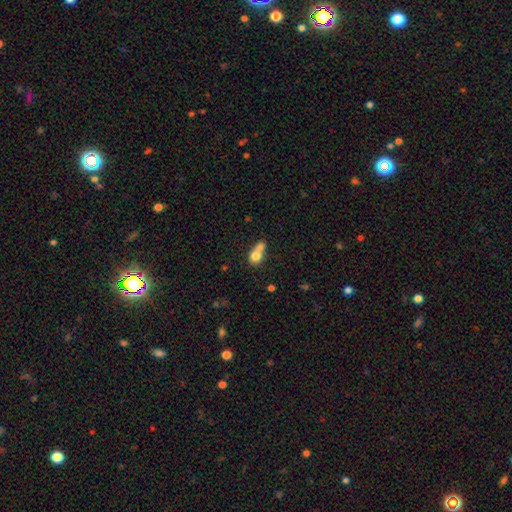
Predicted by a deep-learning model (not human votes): Overall: smooth (74%). How rounded: round (65%; in between 33%). Merging: merger (64%).